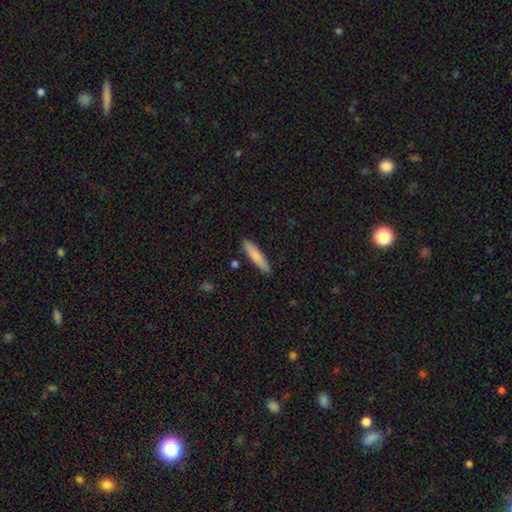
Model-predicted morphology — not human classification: A smooth galaxy with no disk features (79%) that is cigar-shaped (81%). Merging: none (86%).